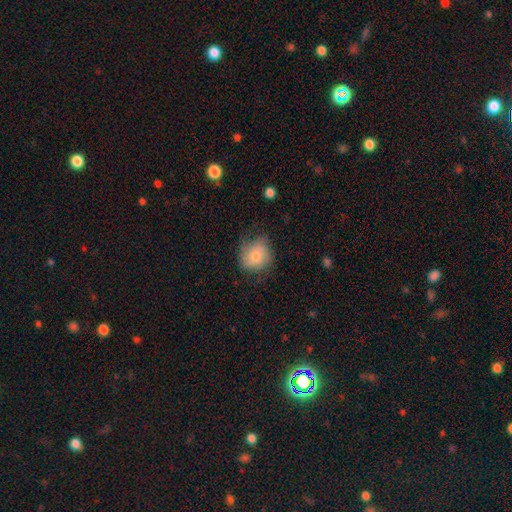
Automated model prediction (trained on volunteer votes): Smooth or featured?
  - smooth: 71% *
  - featured or disk: 22%
  - star or artifact: 8%
How rounded?
  - round: 76% *
  - in between: 23%
  - cigar-shaped: 1%
Merging?
  - none: 61% *
  - minor disturbance: 28%
  - major disturbance: 9%
  - merger: 1%